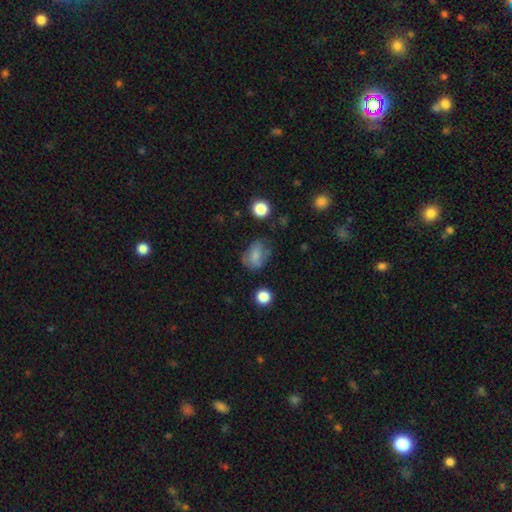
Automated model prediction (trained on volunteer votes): smooth 73%, featured or disk 17%, star or artifact 10%. Down the decision tree: how rounded — in between (68%); merging — none (53%).